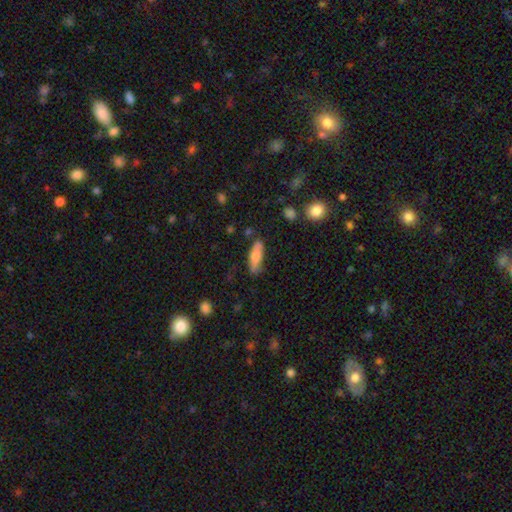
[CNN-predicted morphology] smooth 74%, featured or disk 20%, star or artifact 6%. Down the decision tree: how rounded — cigar-shaped (55%); merging — none (74%).